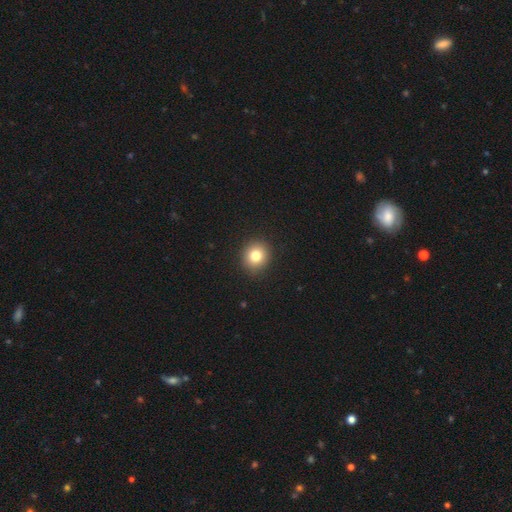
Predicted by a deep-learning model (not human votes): smooth_or_featured: smooth (p=0.81) [alt: star or artifact p=0.11]
how_rounded: round (p=0.86) [alt: in between p=0.13]
merging: none (p=0.92) [alt: minor disturbance p=0.06]